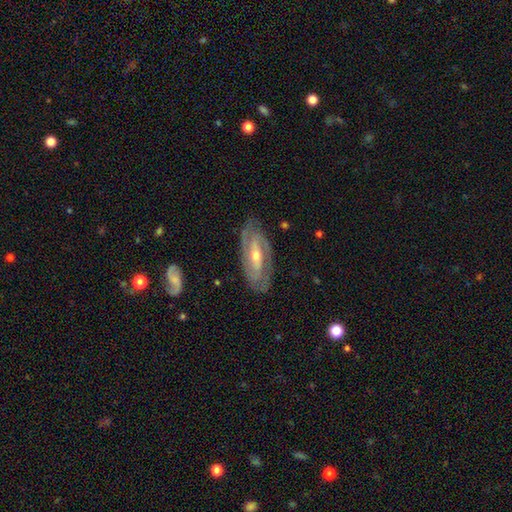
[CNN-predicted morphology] type=featured or disk (88%); edge-on=no (92%); bar=weak (37%); spiral arms=yes (95%); winding=tight (57%); arm count=2 (75%); bulge=moderate (51%); merging=none (81%).